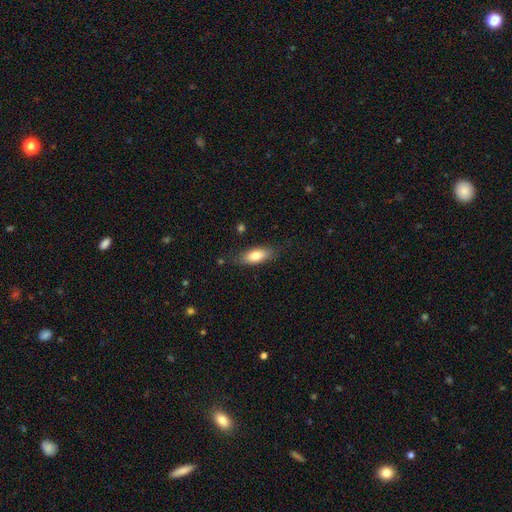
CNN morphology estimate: Overall: smooth (78%). How rounded: in between (78%). Merging: none (78%).